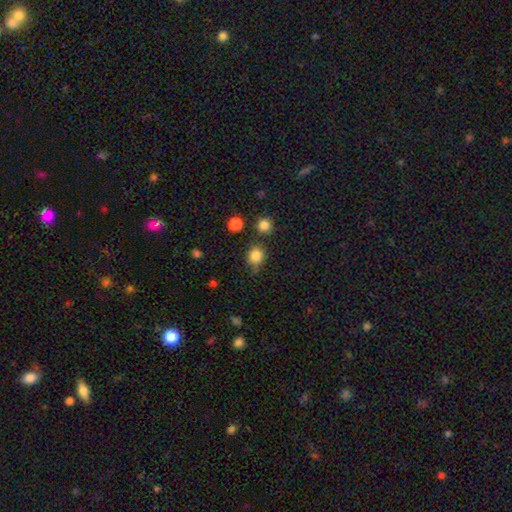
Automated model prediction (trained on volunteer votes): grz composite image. It shows a smooth galaxy with no disk features (84%) that is round (79%). Merging: none (74%).